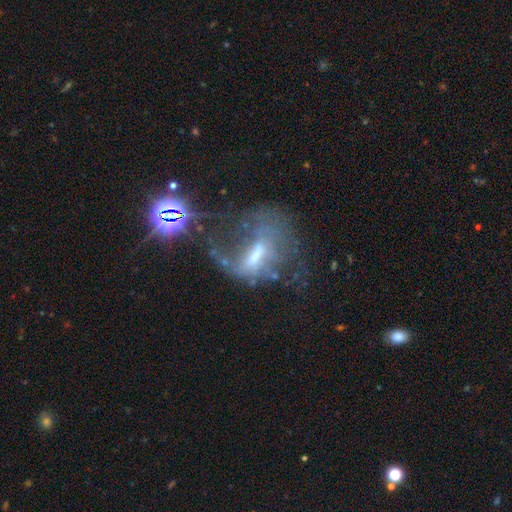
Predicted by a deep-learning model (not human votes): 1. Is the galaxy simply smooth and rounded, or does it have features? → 62% featured or disk, 20% star or artifact, 18% smooth.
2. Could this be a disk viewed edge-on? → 91% no, 9% yes.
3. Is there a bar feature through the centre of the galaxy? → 40% weak, 33% strong, 27% no.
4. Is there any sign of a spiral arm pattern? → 50% yes (tied), 50% no (tied).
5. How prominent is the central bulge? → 41% moderate, 35% small, 16% none, 7% large, 2% dominant.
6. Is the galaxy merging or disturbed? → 47% major disturbance, 27% none, 16% minor disturbance, 11% merger.